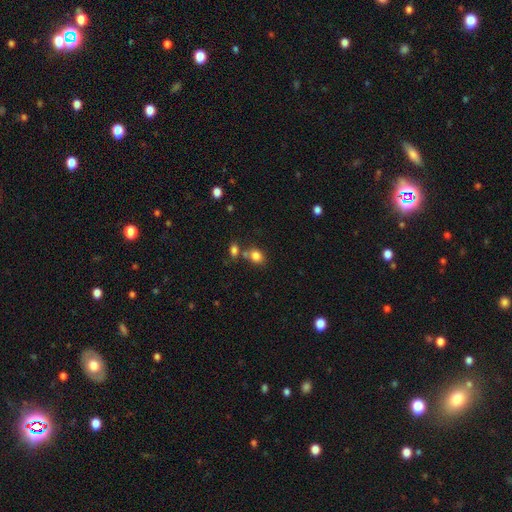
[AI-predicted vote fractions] Smooth or featured?
  - smooth: 81% *
  - star or artifact: 11%
  - featured or disk: 7%
How rounded?
  - in between: 52% *
  - round: 47%
  - cigar-shaped: 1%
Merging?
  - none: 56% *
  - merger: 27%
  - minor disturbance: 13%
  - major disturbance: 5%